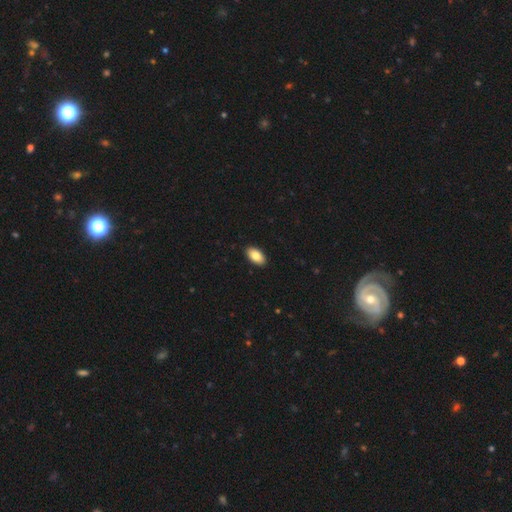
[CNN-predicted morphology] The model was most divided on "smooth or featured": smooth: 85%, featured or disk: 8%, star or artifact: 7%. More confident: how rounded — in between (95%); merging — none (91%).